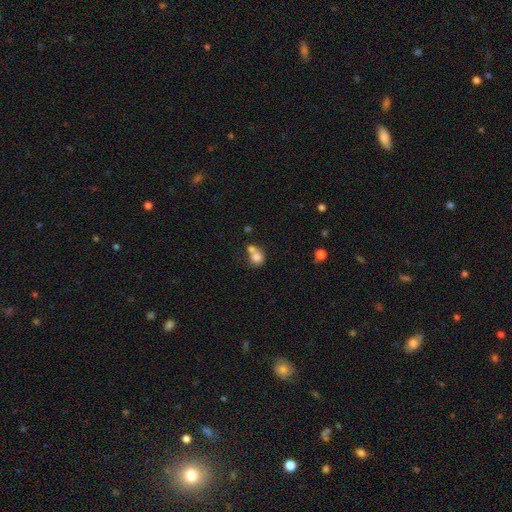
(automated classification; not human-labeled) Smooth or featured?
  - smooth: 76% *
  - featured or disk: 14%
  - star or artifact: 10%
How rounded?
  - round: 71% *
  - in between: 28%
  - cigar-shaped: 1%
Merging?
  - merger: 54% *
  - none: 33%
  - minor disturbance: 9%
  - major disturbance: 5%